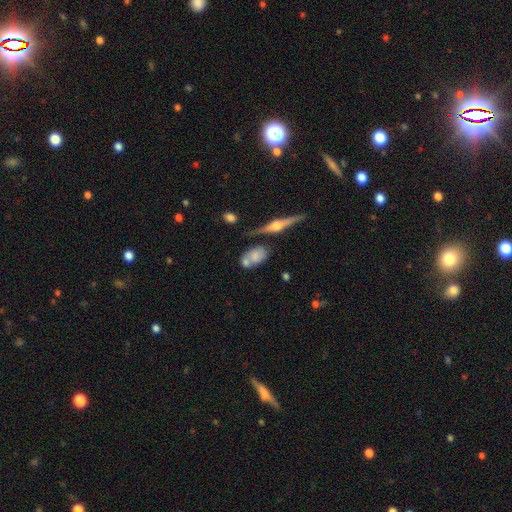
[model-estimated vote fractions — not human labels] smooth 56%, featured or disk 35%, star or artifact 9%. Down the decision tree: how rounded — in between (78%); merging — none (46%).